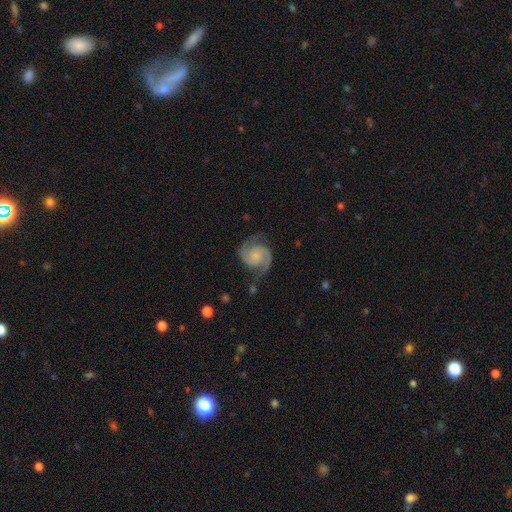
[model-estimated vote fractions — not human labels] Smooth or featured? Predicted: featured or disk (p=0.91). Edge-on disk? Predicted: no (p=0.98). Bar? Predicted: no (p=0.70). Spiral arms? Predicted: yes (p=0.98). Spiral winding? Predicted: medium (p=0.54). Spiral arm count? Predicted: 2 (p=0.94). Bulge size? Predicted: small (p=0.46). Merging? Predicted: none (p=0.78).